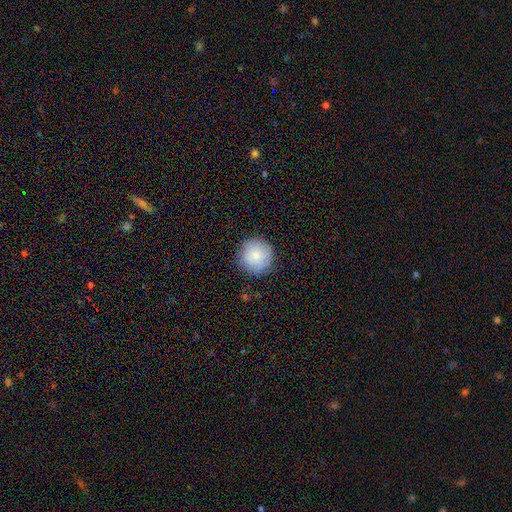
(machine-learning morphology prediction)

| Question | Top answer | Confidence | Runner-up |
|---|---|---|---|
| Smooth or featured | smooth | 84% | featured or disk (9%) |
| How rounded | round | 95% | in between (4%) |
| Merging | none | 86% | minor disturbance (10%) |